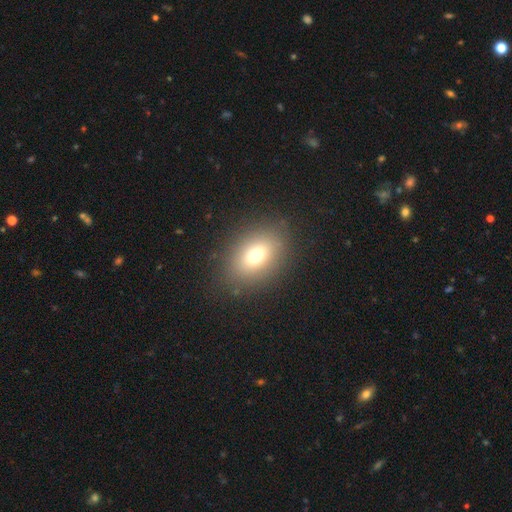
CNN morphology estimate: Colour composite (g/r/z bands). It shows a smooth galaxy with no disk features (73%) that is in between round and cigar-shaped (76%). Merging: none (85%).